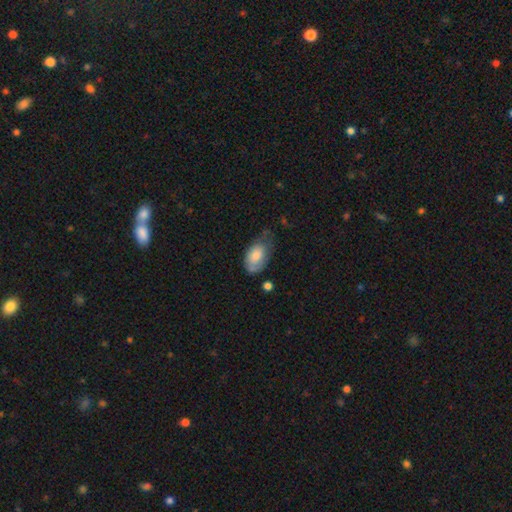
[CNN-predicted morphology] A smooth galaxy with no disk features (69%) that is in between round and cigar-shaped (92%). Merging: none (41%).